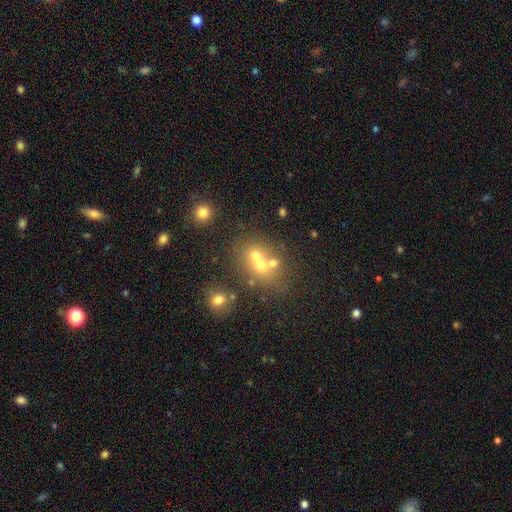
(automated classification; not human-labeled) Smooth or featured?
  - smooth: 54% *
  - featured or disk: 26%
  - star or artifact: 19%
How rounded?
  - round: 63% *
  - in between: 36%
  - cigar-shaped: 1%
Merging?
  - merger: 50% *
  - none: 36%
  - minor disturbance: 8%
  - major disturbance: 6%